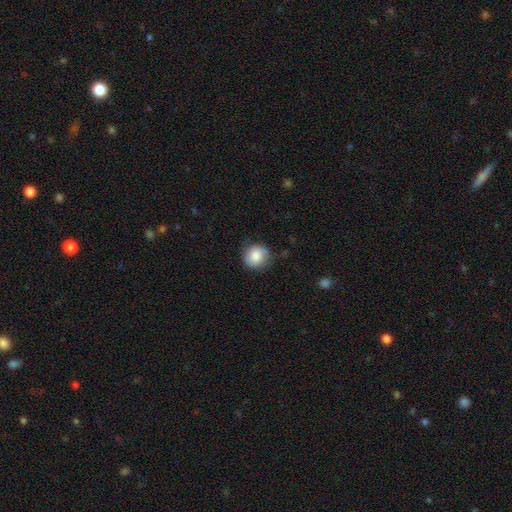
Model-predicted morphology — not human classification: smooth 79%, featured or disk 13%, star or artifact 8%. Down the decision tree: how rounded — round (89%); merging — none (79%).